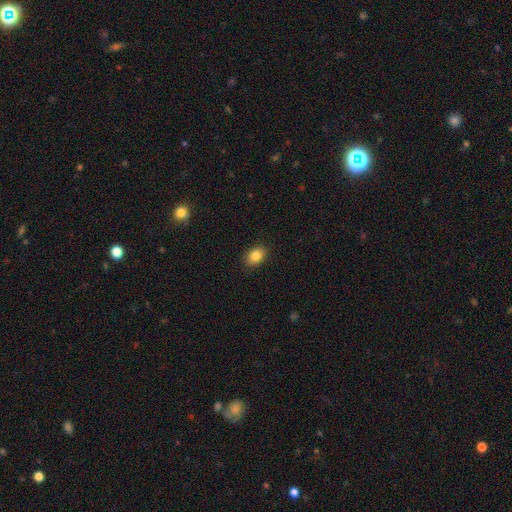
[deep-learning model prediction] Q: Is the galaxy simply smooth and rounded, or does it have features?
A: smooth — 83%.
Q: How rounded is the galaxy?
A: in between — 73%.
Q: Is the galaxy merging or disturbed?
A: none — 88%.